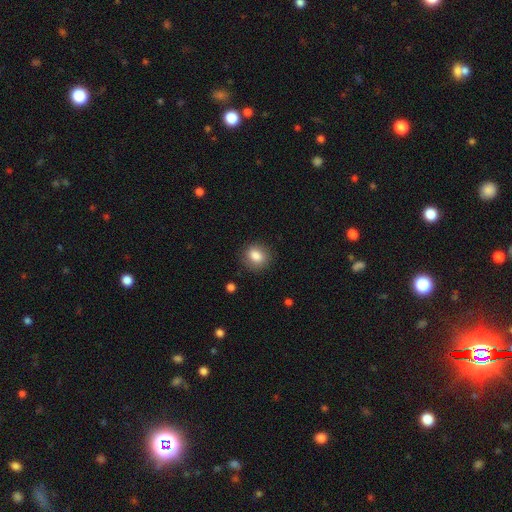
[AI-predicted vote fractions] The model was most divided on "how rounded": round: 65%, in between: 34%, cigar-shaped: 1%. More confident: merging — none (86%); smooth or featured — smooth (84%).